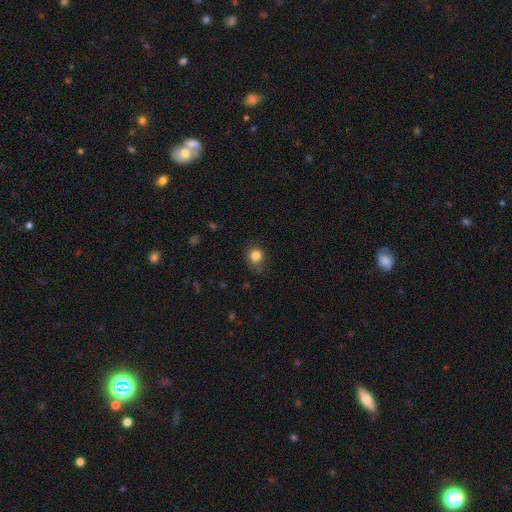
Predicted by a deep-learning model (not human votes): Morphology: type=smooth (84%); roundness=round (77%); merging=none (73%).